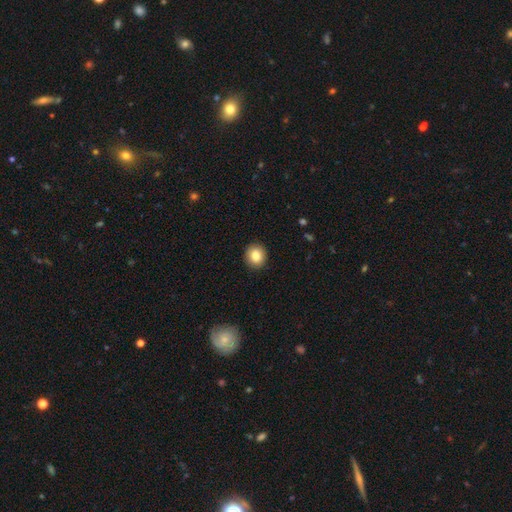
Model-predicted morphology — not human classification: smooth_or_featured: smooth (p=0.85) [alt: star or artifact p=0.09]
how_rounded: round (p=0.79) [alt: in between p=0.20]
merging: none (p=0.91) [alt: minor disturbance p=0.06]